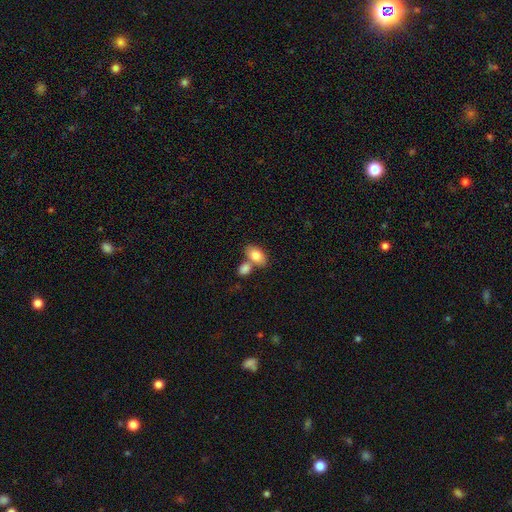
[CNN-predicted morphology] Q: Smooth or featured?
A: smooth (82%); runner-up: featured or disk (11%)
Q: How rounded?
A: in between (89%); runner-up: round (9%)
Q: Merging?
A: none (47%); runner-up: merger (39%)